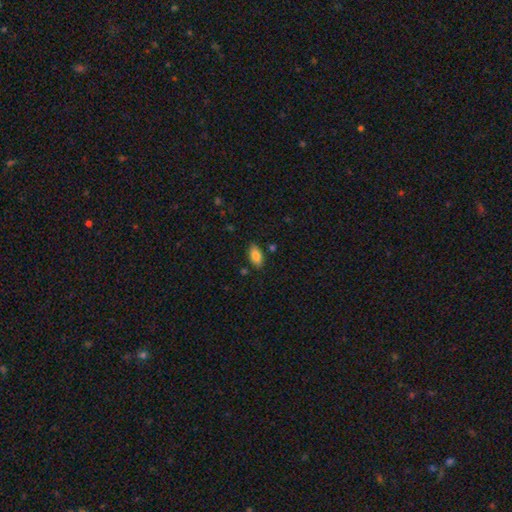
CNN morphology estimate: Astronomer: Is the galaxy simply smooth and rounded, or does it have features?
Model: smooth — 84%.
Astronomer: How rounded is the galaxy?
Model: in between — 93%.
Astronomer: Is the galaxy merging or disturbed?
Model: none — 83%.